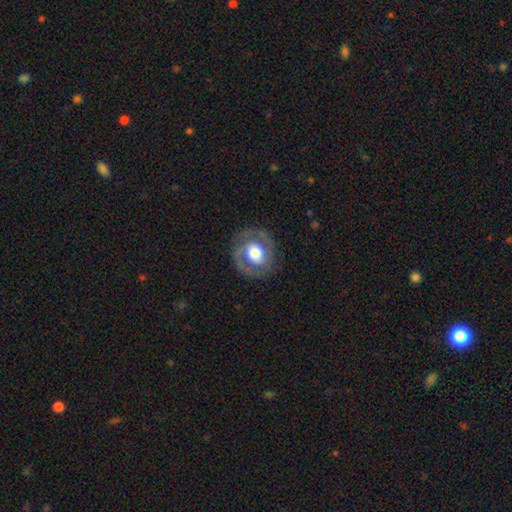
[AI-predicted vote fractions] This is likely a featured or disk galaxy (69%). It is clearly not viewed edge-on (97%). Bar: possibly no (59%). Spiral arm pattern: likely yes (72%). Central bulge: possibly moderate (51%). Merging: clearly none (81%).